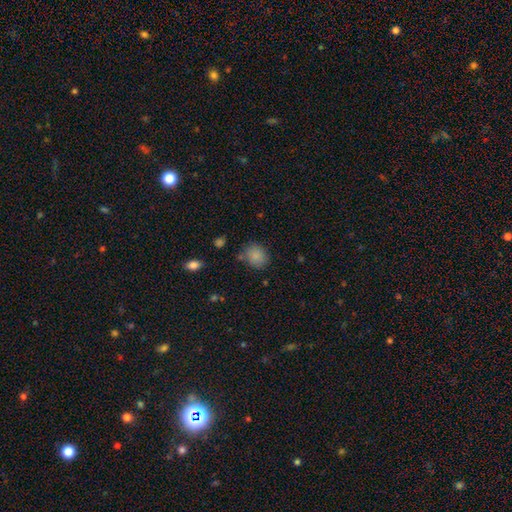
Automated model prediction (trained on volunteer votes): This appears to be a smooth galaxy with no disk features (86%) that is round (65%). Merging: none (79%).